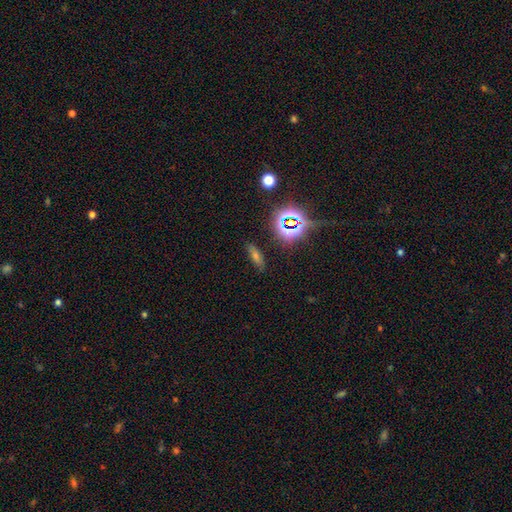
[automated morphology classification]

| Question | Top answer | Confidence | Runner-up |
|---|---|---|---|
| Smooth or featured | smooth | 42% | star or artifact (38%) |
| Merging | none | 84% | minor disturbance (10%) |